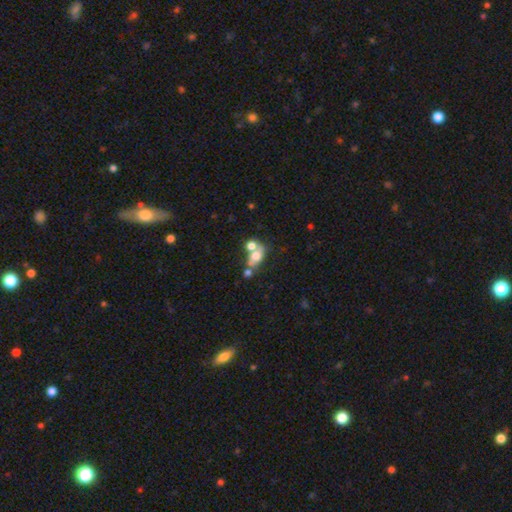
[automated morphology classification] smooth-or-featured: smooth: 60% | featured or disk: 29% | star or artifact: 11%
  how-rounded: in between: 71% | round: 25% | cigar-shaped: 5%
  merging: merger: 51% | none: 30% | minor disturbance: 11% | major disturbance: 8%